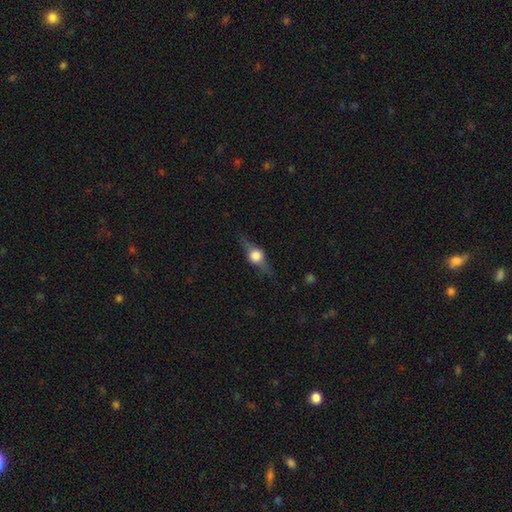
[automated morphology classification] featured or disk 75%, smooth 17%, star or artifact 8%. Down the decision tree: edge-on disk — yes (96%); edge-on bulge — rounded (95%); merging — none (84%).